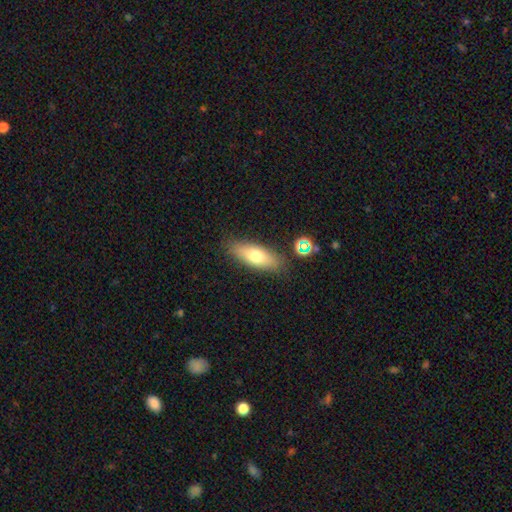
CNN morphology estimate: smooth 70%, featured or disk 22%, star or artifact 8%. Down the decision tree: how rounded — in between (66%); merging — none (83%).